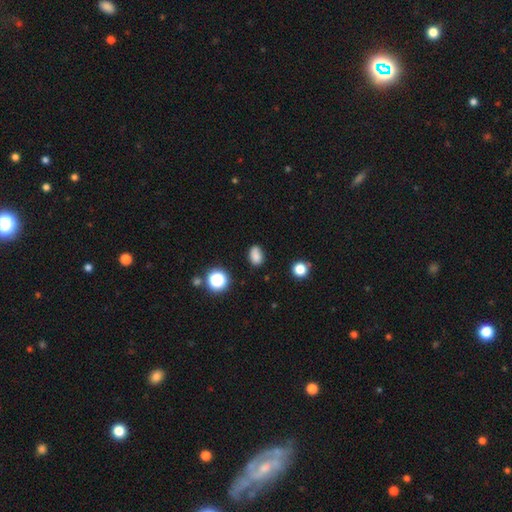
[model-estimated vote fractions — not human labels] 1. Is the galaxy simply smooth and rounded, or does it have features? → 81% smooth, 13% star or artifact, 5% featured or disk.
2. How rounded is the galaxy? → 79% in between, 19% round, 1% cigar-shaped.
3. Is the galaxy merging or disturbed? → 78% none, 16% minor disturbance, 3% major disturbance, 3% merger.